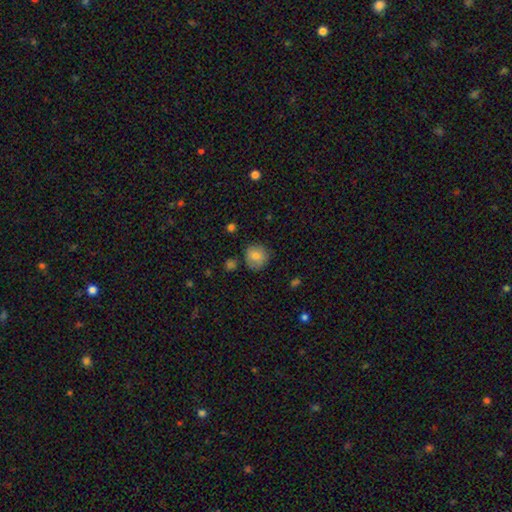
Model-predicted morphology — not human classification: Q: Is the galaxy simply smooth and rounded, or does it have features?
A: smooth — 81%.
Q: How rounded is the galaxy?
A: round — 89%.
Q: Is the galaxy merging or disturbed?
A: none — 81%.